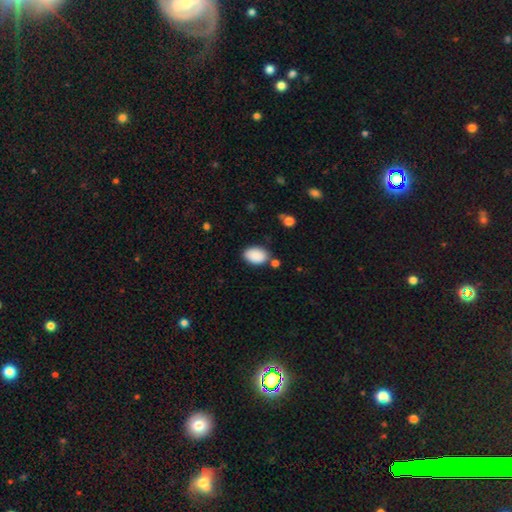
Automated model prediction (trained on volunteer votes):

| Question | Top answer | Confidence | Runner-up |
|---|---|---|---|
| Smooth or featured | smooth | 89% | star or artifact (7%) |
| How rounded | in between | 89% | round (10%) |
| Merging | none | 76% | minor disturbance (14%) |